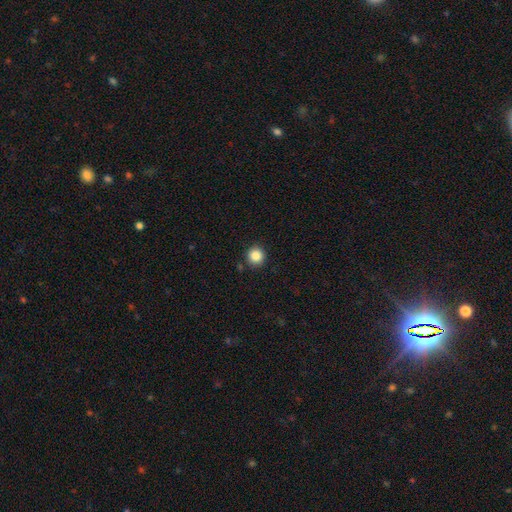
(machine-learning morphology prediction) A smooth galaxy with no disk features (85%) that is round (94%).

Vote fractions:
- Smooth or featured? smooth: 85% / star or artifact: 11% / featured or disk: 4%
- How rounded? round: 94% / in between: 5% / cigar-shaped: 1%
- Merging? none: 90% / minor disturbance: 6% / merger: 2% / major disturbance: 2%